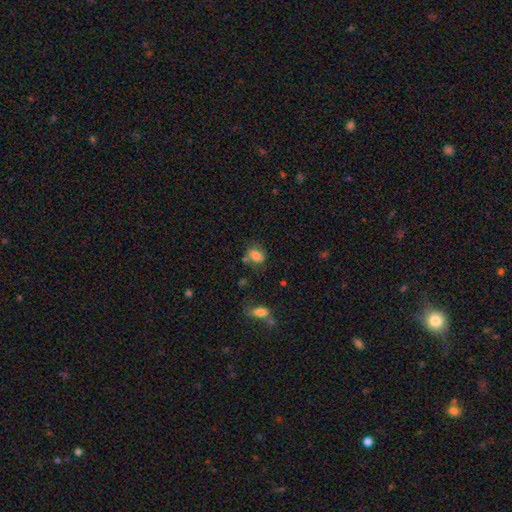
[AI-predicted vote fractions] smooth 80%, star or artifact 10%, featured or disk 10%. Down the decision tree: how rounded — in between (71%); merging — none (61%).